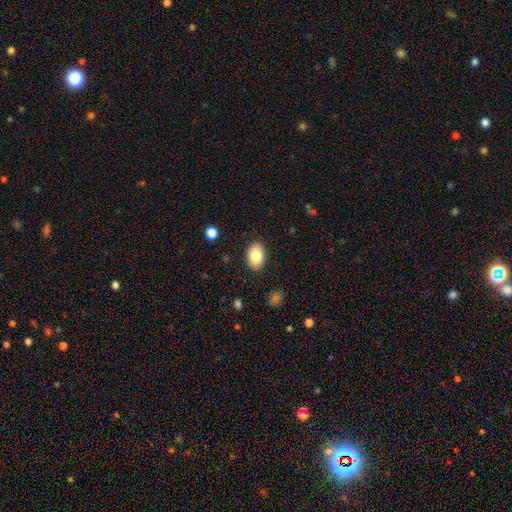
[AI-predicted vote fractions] Smooth or featured? Predicted: smooth (p=0.83). How rounded? Predicted: in between (p=0.88). Merging? Predicted: none (p=0.88).